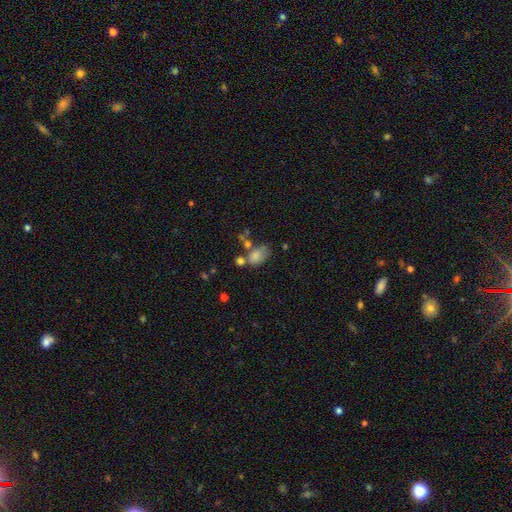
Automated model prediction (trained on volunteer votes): Smooth or featured?
  - smooth: 76% *
  - featured or disk: 14%
  - star or artifact: 11%
How rounded?
  - in between: 82% *
  - round: 17%
  - cigar-shaped: 1%
Merging?
  - none: 36% *
  - merger: 28%
  - minor disturbance: 22%
  - major disturbance: 14%